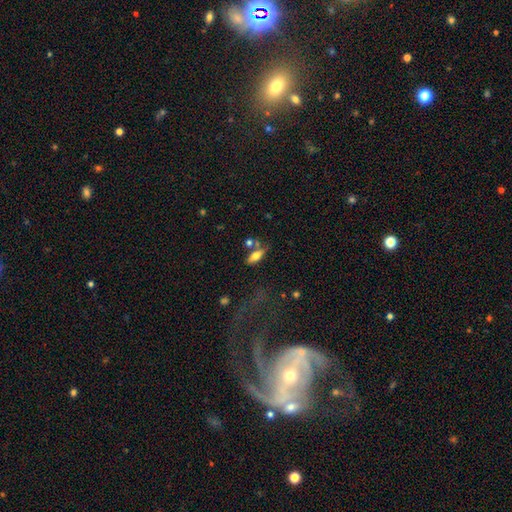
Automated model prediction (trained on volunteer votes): Morphology: type=smooth (62%); roundness=in between (70%); merging=none (61%).